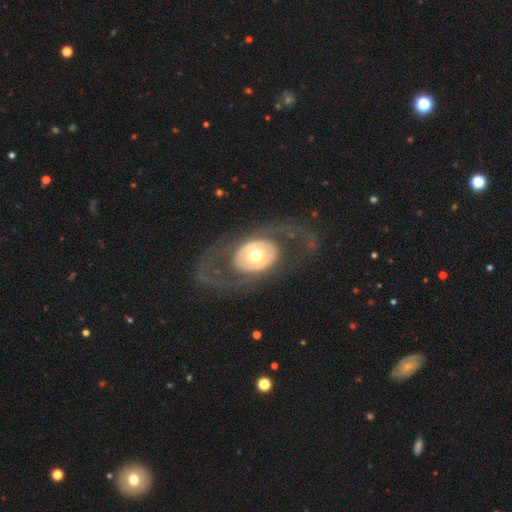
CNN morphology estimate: The model was most divided on "bulge size": moderate: 57%, large: 34%, dominant: 4%, small: 4%, none: 1%. More confident: edge-on disk — no (91%); bar — no (80%); spiral arms — no (72%); merging — none (70%); smooth or featured — featured or disk (69%).